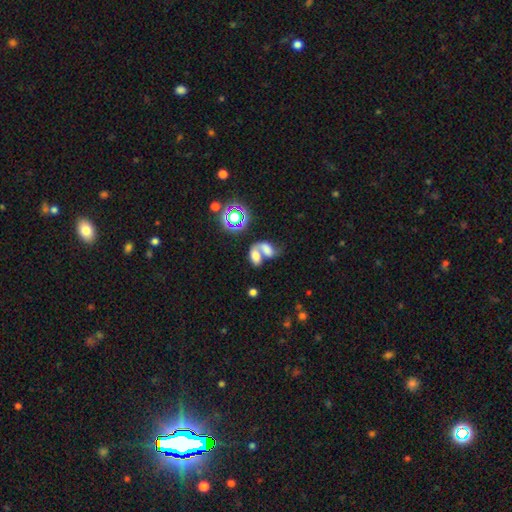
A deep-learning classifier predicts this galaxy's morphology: type=smooth (65%); roundness=in between (86%); merging=merger (72%).